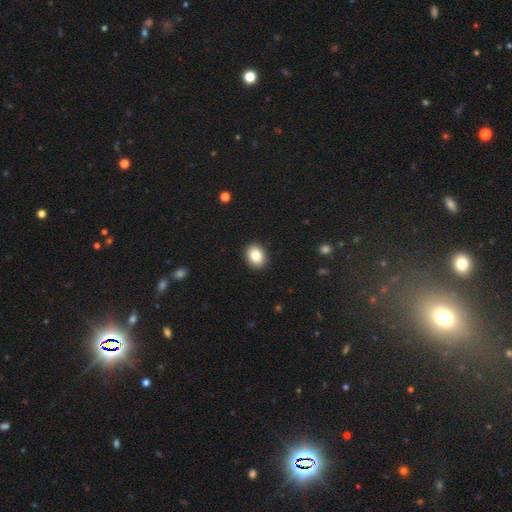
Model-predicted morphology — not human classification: Smooth or featured? Predicted: smooth (p=0.85). How rounded? Predicted: in between (p=0.58). Merging? Predicted: none (p=0.91).